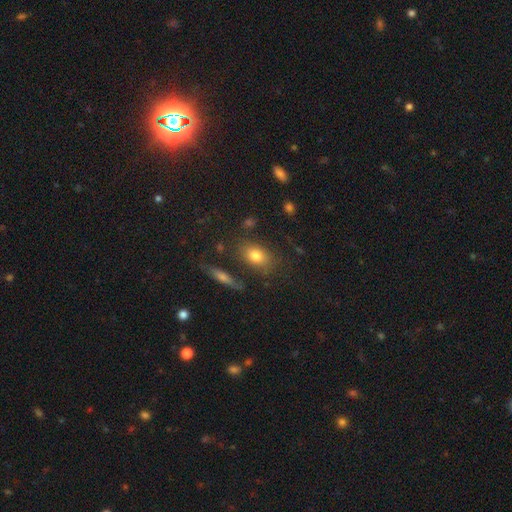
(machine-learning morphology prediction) Q: Smooth or featured?
A: smooth (77%); runner-up: featured or disk (12%)
Q: How rounded?
A: in between (75%); runner-up: round (20%)
Q: Merging?
A: none (77%); runner-up: minor disturbance (13%)